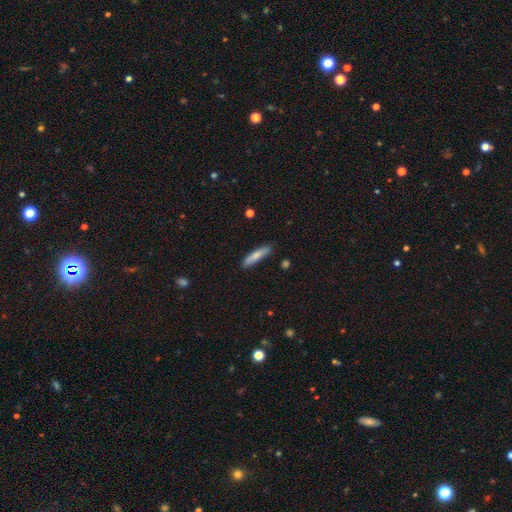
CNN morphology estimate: This is likely a smooth galaxy (76%). How rounded: clearly cigar-shaped (80%). Merging: clearly none (83%).